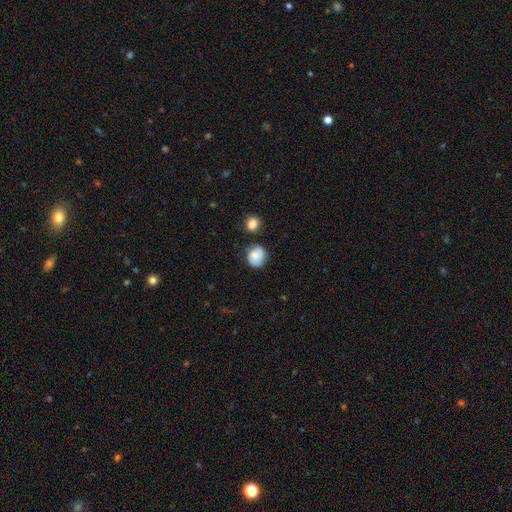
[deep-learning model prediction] smooth-or-featured: smooth: 74% | featured or disk: 17% | star or artifact: 9%
  how-rounded: round: 76% | in between: 23% | cigar-shaped: 1%
  merging: none: 69% | minor disturbance: 20% | merger: 6% | major disturbance: 5%